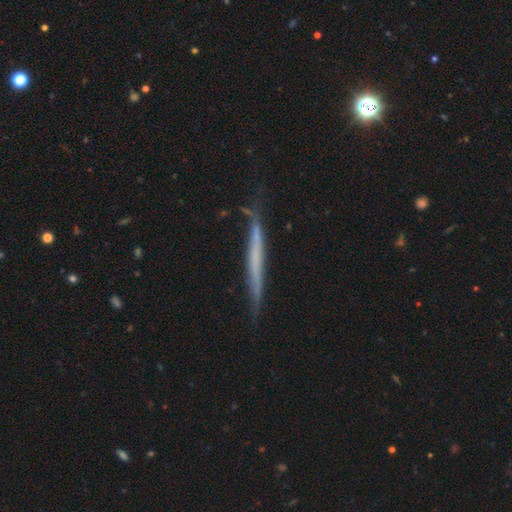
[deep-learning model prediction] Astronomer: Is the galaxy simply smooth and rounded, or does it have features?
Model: featured or disk — 54% (runner-up: smooth, 39%).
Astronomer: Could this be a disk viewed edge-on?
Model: yes — 95%.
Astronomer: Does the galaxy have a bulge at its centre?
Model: none — 89%.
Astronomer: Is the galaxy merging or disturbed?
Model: none — 78%.